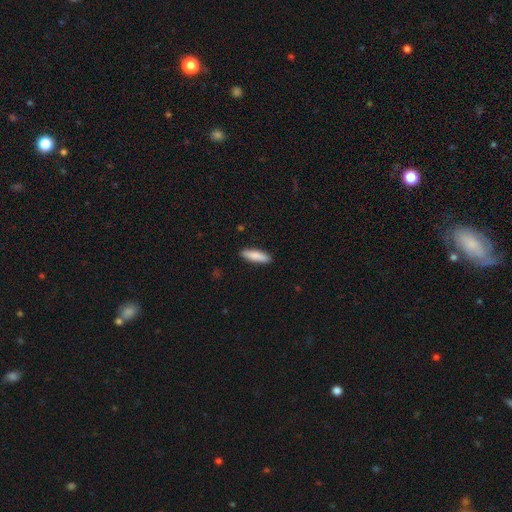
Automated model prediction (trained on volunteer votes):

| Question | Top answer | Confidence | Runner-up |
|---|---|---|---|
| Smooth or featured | smooth | 84% | featured or disk (10%) |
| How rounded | cigar-shaped | 63% | in between (36%) |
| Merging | none | 90% | minor disturbance (8%) |